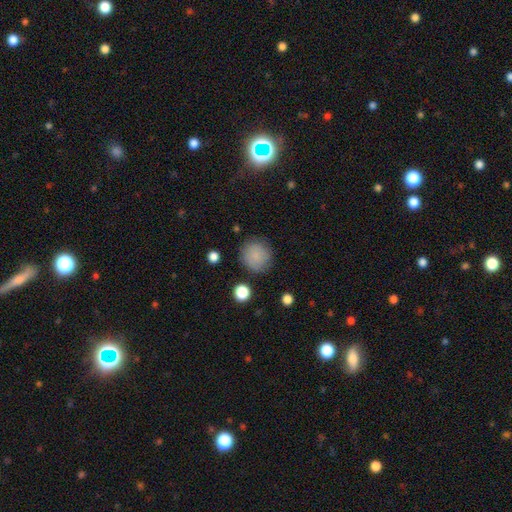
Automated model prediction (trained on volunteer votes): Smooth or featured?
  - smooth: 84% *
  - star or artifact: 9%
  - featured or disk: 7%
How rounded?
  - round: 91% *
  - in between: 8%
  - cigar-shaped: 1%
Merging?
  - none: 81% *
  - minor disturbance: 13%
  - major disturbance: 4%
  - merger: 2%